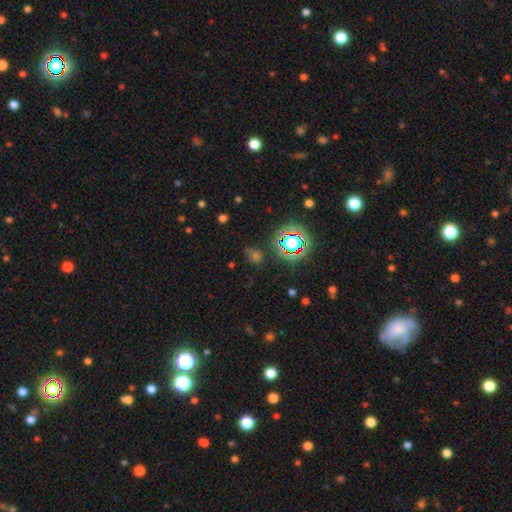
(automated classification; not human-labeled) A star or artifact, not a galaxy (55%).

Vote fractions:
- Smooth or featured? star or artifact: 55% / smooth: 35% / featured or disk: 10%